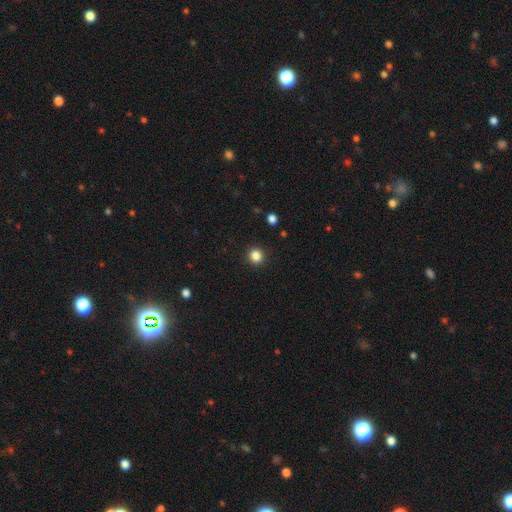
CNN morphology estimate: Overall: smooth (85%). How rounded: round (89%). Merging: none (92%).